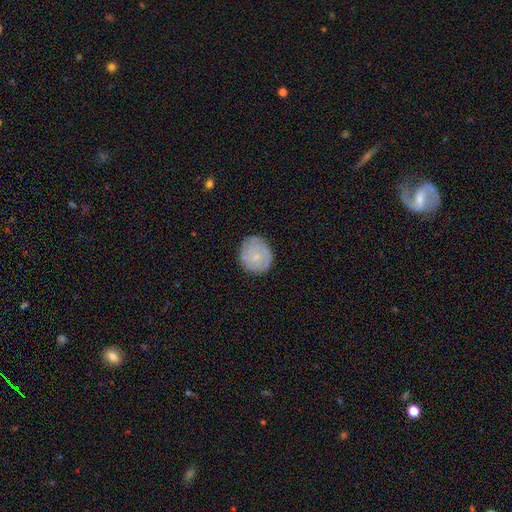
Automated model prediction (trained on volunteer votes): Morphology: type=featured or disk (57%); edge-on=no (98%); bar=no (68%); spiral arms=yes (88%); bulge=small (70%); merging=none (83%).